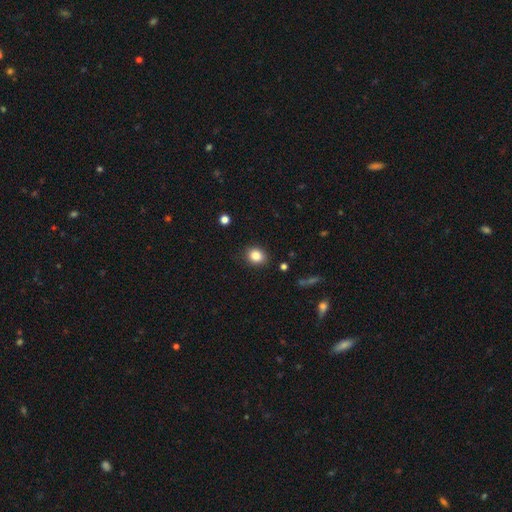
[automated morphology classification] Smooth or featured? smooth (85%)
How rounded? round (60%)
Merging? none (86%)